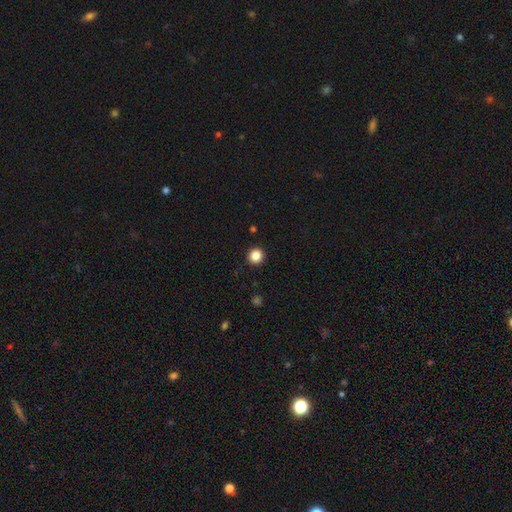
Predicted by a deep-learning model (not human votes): Morphology: type=smooth (86%); roundness=round (95%); merging=none (93%).